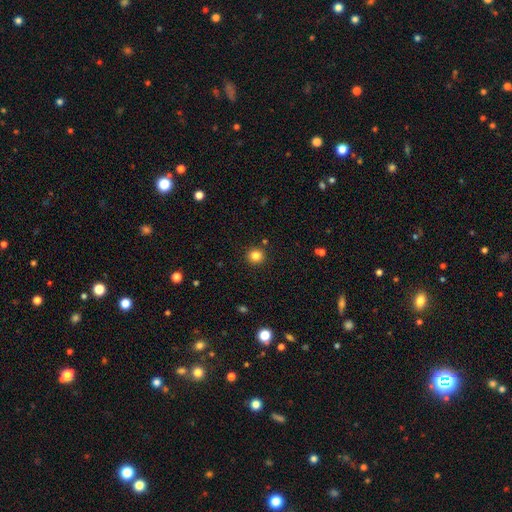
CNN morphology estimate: Smooth or featured? smooth (83%)
How rounded? round (93%)
Merging? none (90%)